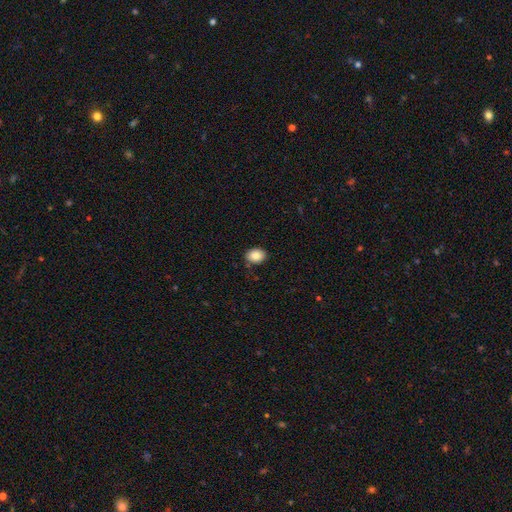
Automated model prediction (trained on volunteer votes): Smooth or featured? smooth (85%)
How rounded? in between (67%)
Merging? none (85%)